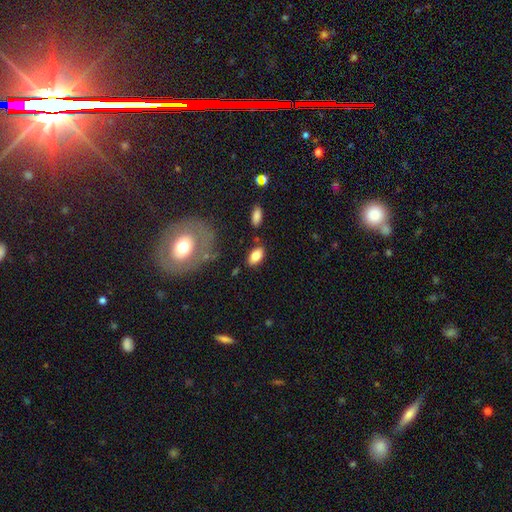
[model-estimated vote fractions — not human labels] smooth-or-featured: smooth: 80% | featured or disk: 12% | star or artifact: 8%
  how-rounded: in between: 91% | round: 5% | cigar-shaped: 4%
  merging: none: 79% | minor disturbance: 12% | merger: 5% | major disturbance: 4%